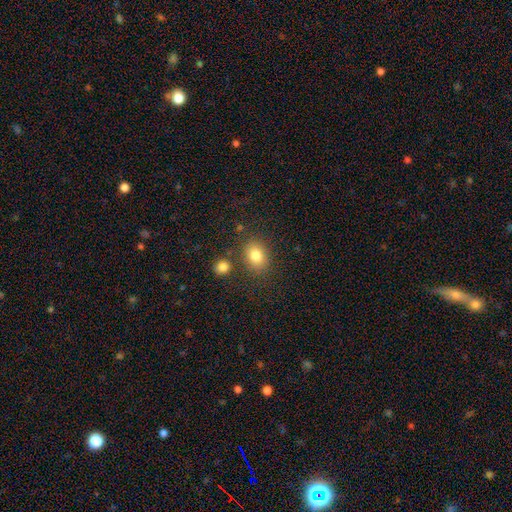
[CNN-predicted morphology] Smooth or featured? Predicted: smooth (p=0.82). How rounded? Predicted: in between (p=0.58). Merging? Predicted: none (p=0.78).